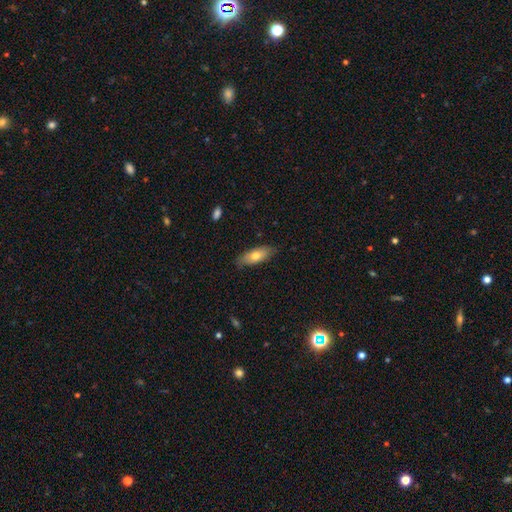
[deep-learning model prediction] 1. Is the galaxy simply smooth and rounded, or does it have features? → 70% smooth, 24% featured or disk, 6% star or artifact.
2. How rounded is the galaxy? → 73% in between, 25% cigar-shaped, 2% round.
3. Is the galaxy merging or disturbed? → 82% none, 14% minor disturbance, 2% major disturbance, 1% merger.